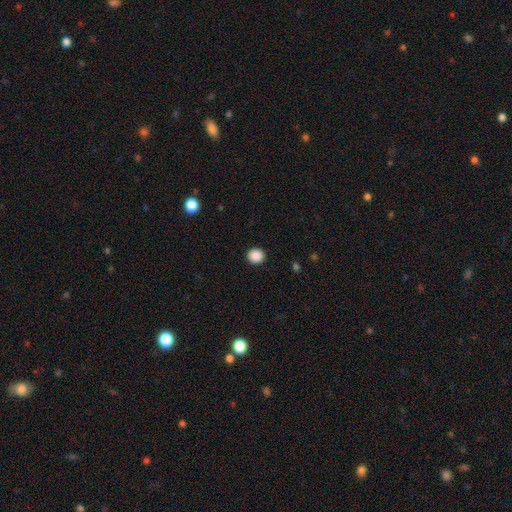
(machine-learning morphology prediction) type=smooth (88%); roundness=round (84%); merging=none (92%).